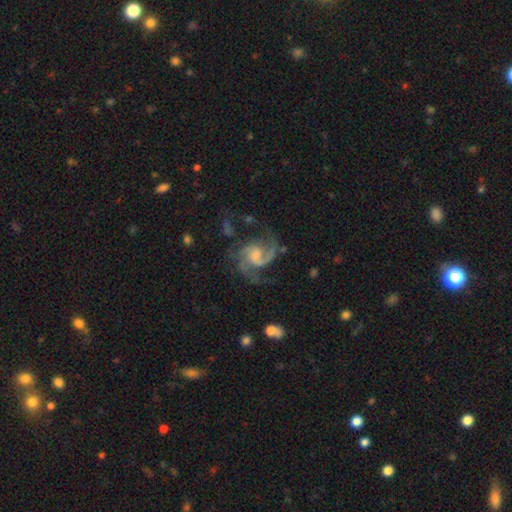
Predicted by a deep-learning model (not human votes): The model was most divided on "bulge size": small: 52%, moderate: 36%, none: 8%, large: 3%, dominant: 1%. Remaining: edge-on disk — no (98%); spiral arms — yes (97%); smooth or featured — featured or disk (89%); merging — none (59%); spiral winding — medium (56%); bar — no (56%); spiral arm count — 2 (46%).